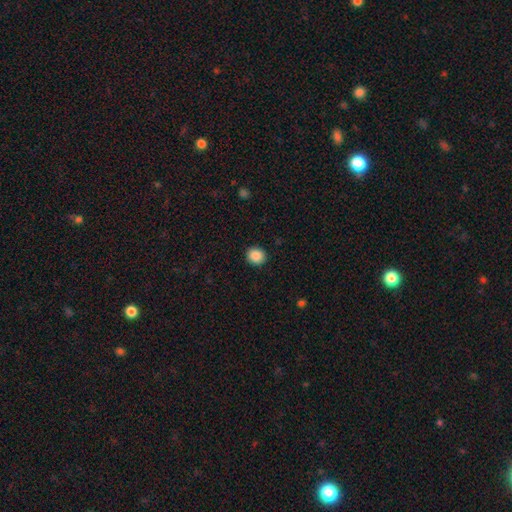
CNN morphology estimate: smooth-or-featured: smooth: 88% | star or artifact: 9% | featured or disk: 3%
  how-rounded: round: 81% | in between: 18% | cigar-shaped: 1%
  merging: none: 91% | minor disturbance: 6% | major disturbance: 2% | merger: 1%